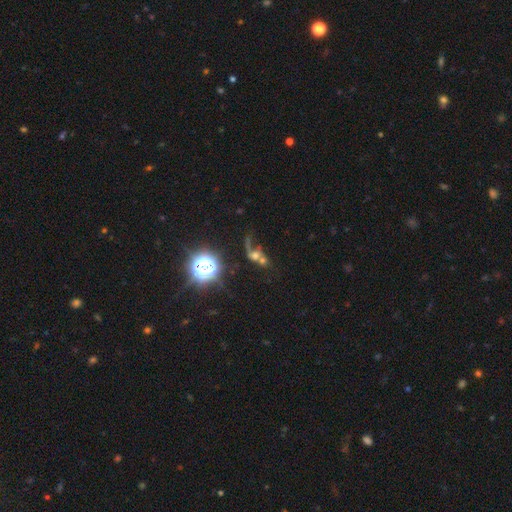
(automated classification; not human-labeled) Smooth or featured? featured or disk (36%, tied with smooth)
Merging? merger (48%)